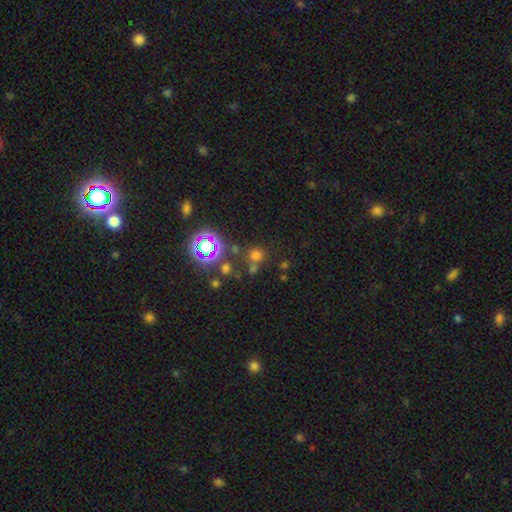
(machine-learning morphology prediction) Overall: smooth (59%; star or artifact 33%). How rounded: round (89%). Merging: none (69%).